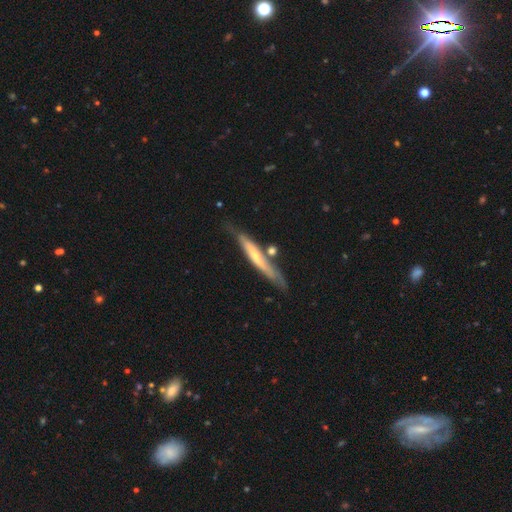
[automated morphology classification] A featured or disk galaxy (57%) viewed edge-on (85%).

Vote fractions:
- Smooth or featured? featured or disk: 57% / smooth: 37% / star or artifact: 6%
- Edge-on disk? yes: 85% / no: 15%
- Merging? none: 63% / minor disturbance: 20% / merger: 11% / major disturbance: 5%